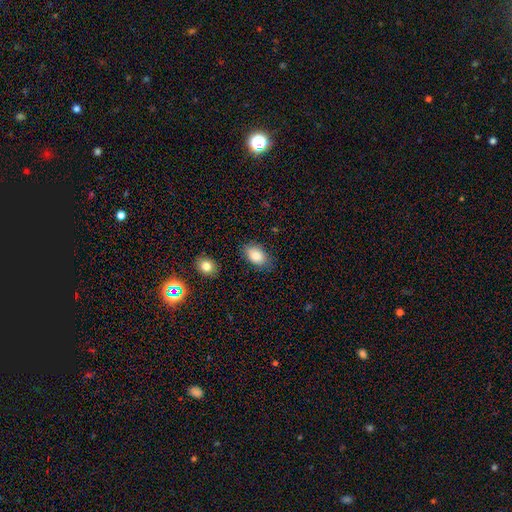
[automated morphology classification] A smooth galaxy with no disk features (83%) that is in between round and cigar-shaped (89%). Merging: none (78%).